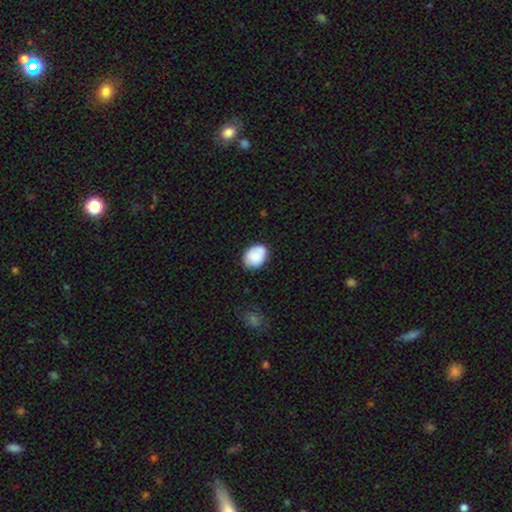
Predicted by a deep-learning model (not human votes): Smooth or featured: smooth — 80% (featured or disk — 13%)
How rounded: in between — 68% (round — 31%)
Merging: none — 73% (minor disturbance — 20%)